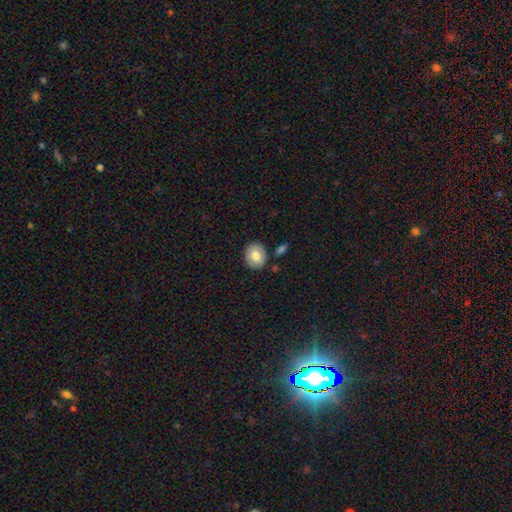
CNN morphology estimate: This appears to be a smooth galaxy with no disk features (79%) that is round (67%). Merging: none (83%).